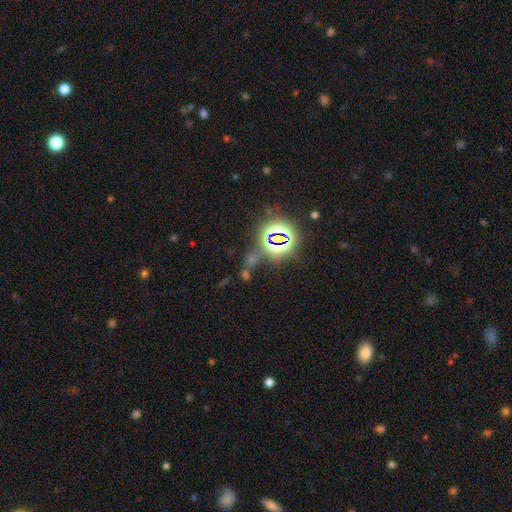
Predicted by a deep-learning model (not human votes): Overall: star or artifact (75%).